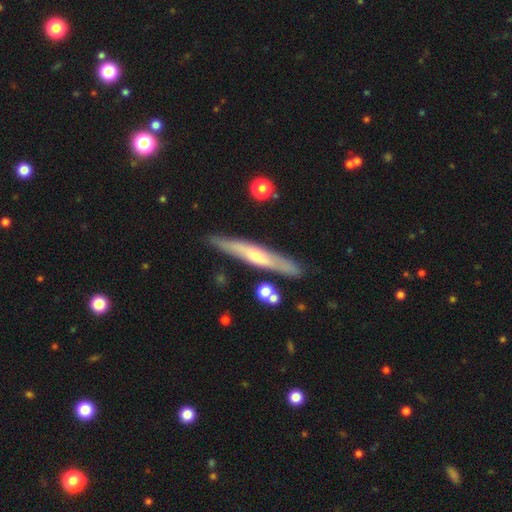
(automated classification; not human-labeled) The model was most divided on "smooth or featured": featured or disk: 64%, smooth: 30%, star or artifact: 6%. More confident: edge-on disk — yes (88%); merging — none (85%); edge-on bulge — rounded (67%).